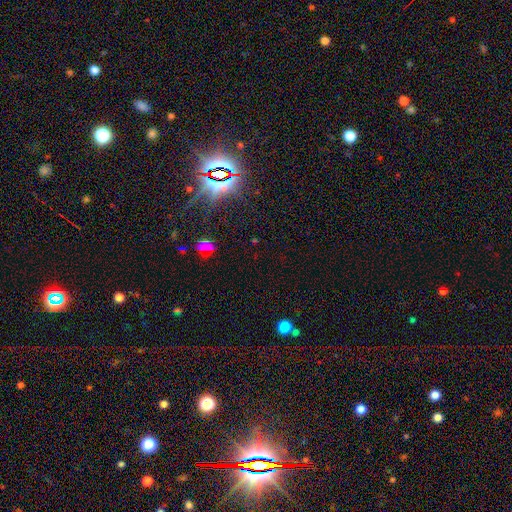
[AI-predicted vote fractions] A star or artifact, not a galaxy (70%).

Vote fractions:
- Smooth or featured? star or artifact: 70% / smooth: 23% / featured or disk: 8%